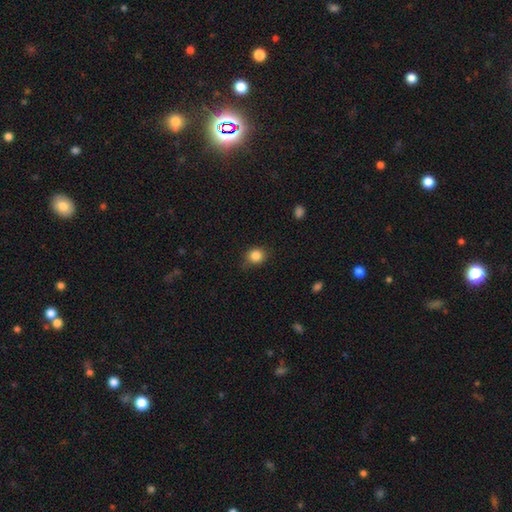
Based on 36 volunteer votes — Smooth or featured? smooth (97%)
How rounded? round (80%)
Merging? none (71%)